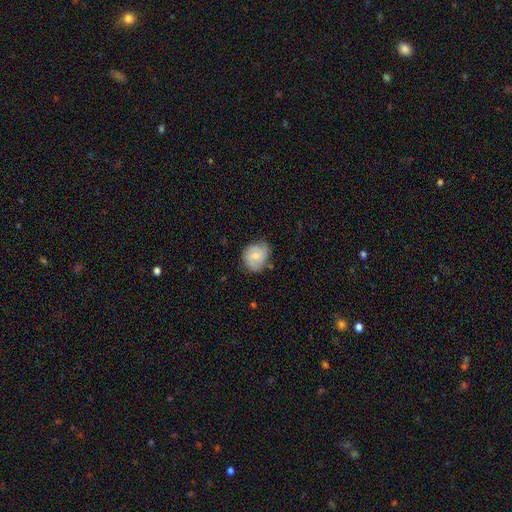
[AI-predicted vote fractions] The model was most divided on "smooth or featured": smooth: 56%, featured or disk: 37%, star or artifact: 7%. More confident: how rounded — round (69%); merging — none (64%).